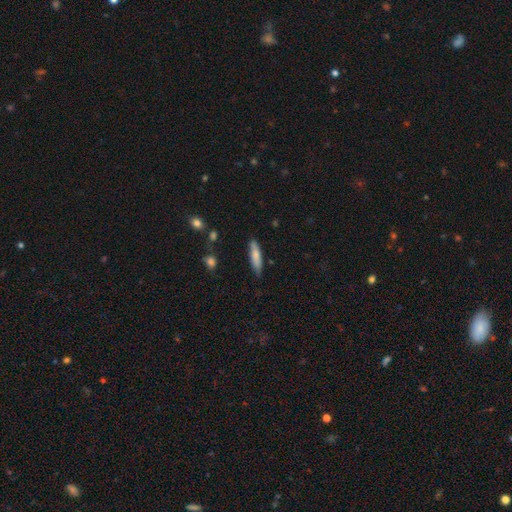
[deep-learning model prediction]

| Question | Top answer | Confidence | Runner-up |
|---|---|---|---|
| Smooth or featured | smooth | 76% | featured or disk (18%) |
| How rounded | cigar-shaped | 75% | in between (24%) |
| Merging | none | 79% | minor disturbance (16%) |